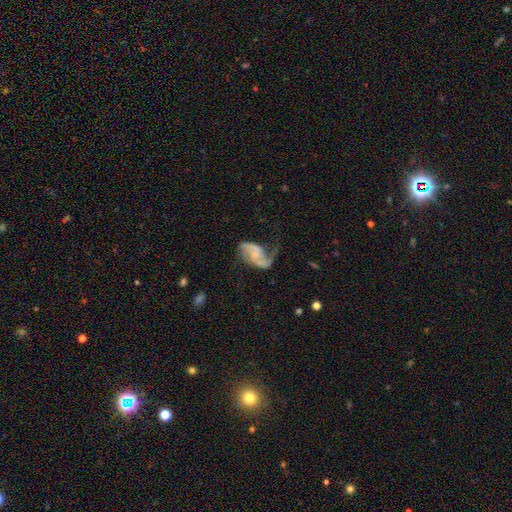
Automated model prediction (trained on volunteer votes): Q: Smooth or featured?
A: featured or disk (84%); runner-up: smooth (10%)
Q: Edge-on disk?
A: no (97%); runner-up: yes (3%)
Q: Bar?
A: no (54%); runner-up: weak (36%)
Q: Spiral arms?
A: yes (94%); runner-up: no (6%)
Q: Spiral winding?
A: loose (55%); runner-up: medium (35%)
Q: Spiral arm count?
A: 2 (82%); runner-up: 1 (11%)
Q: Bulge size?
A: small (44%); runner-up: none (35%)
Q: Merging?
A: none (48%); runner-up: major disturbance (27%)